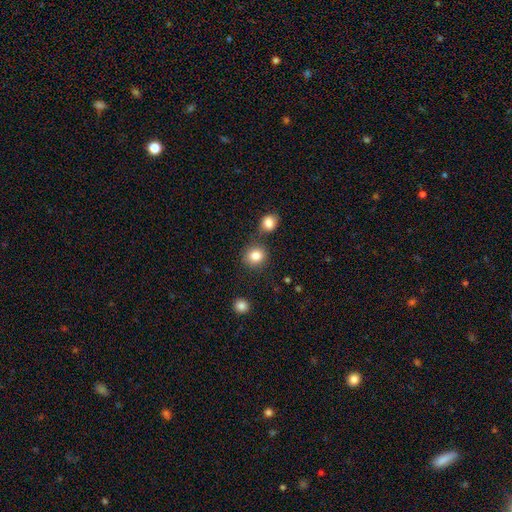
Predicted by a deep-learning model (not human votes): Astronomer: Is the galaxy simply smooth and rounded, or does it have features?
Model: smooth — 84%.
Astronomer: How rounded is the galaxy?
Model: round — 82%.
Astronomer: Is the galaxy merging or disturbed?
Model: none — 76%.